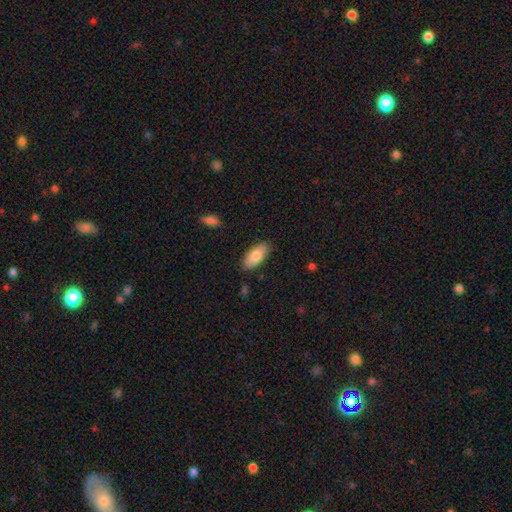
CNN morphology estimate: A smooth galaxy with no disk features (81%) that is in between round and cigar-shaped (89%). Merging: none (84%).